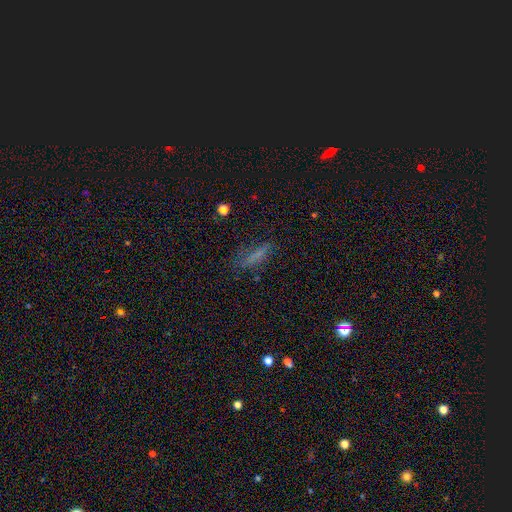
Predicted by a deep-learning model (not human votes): Overall: smooth (62%). How rounded: cigar-shaped (72%). Merging: none (64%).